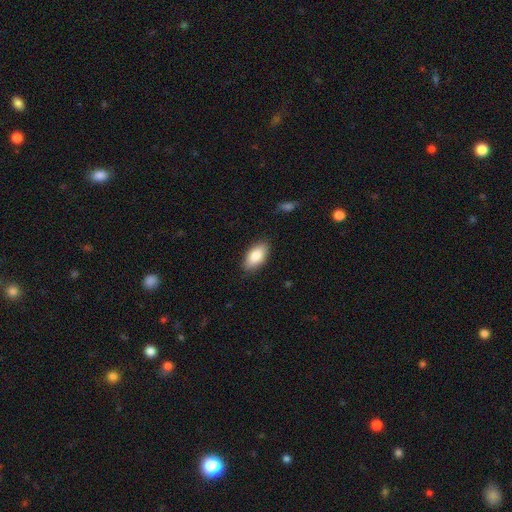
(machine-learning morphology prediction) smooth_or_featured: smooth (p=0.85) [alt: featured or disk p=0.09]
how_rounded: in between (p=0.92) [alt: cigar-shaped p=0.05]
merging: none (p=0.85) [alt: minor disturbance p=0.11]